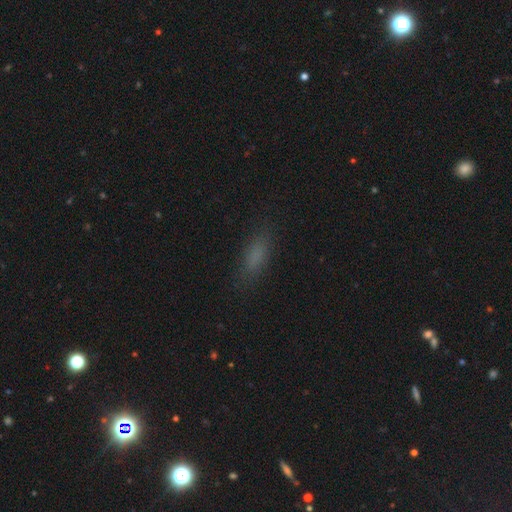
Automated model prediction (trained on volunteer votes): Smooth or featured: smooth — 76% (star or artifact — 14%)
How rounded: in between — 59% (cigar-shaped — 38%)
Merging: none — 81% (minor disturbance — 13%)